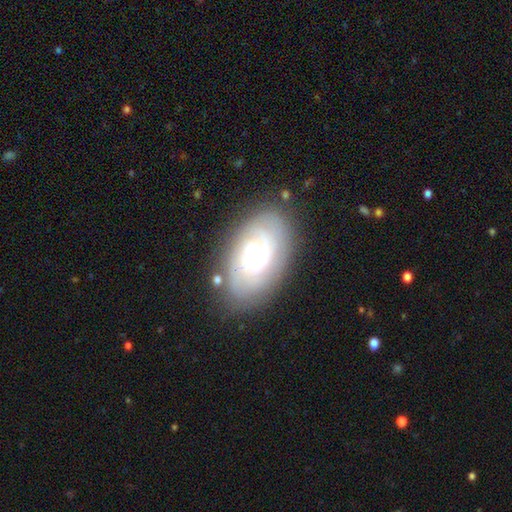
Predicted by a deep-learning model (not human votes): smooth_or_featured: featured or disk (p=0.74) [alt: smooth p=0.19]
disk_edge_on: no (p=0.95) [alt: yes p=0.05]
bar: weak (p=0.46) [alt: no p=0.42]
has_spiral_arms: yes (p=0.92) [alt: no p=0.08]
spiral_winding: tight (p=0.63) [alt: medium p=0.28]
spiral_arm_count: can't tell (p=0.37) [alt: 2 p=0.23]
bulge_size: moderate (p=0.59) [alt: small p=0.21]
merging: none (p=0.79) [alt: minor disturbance p=0.14]